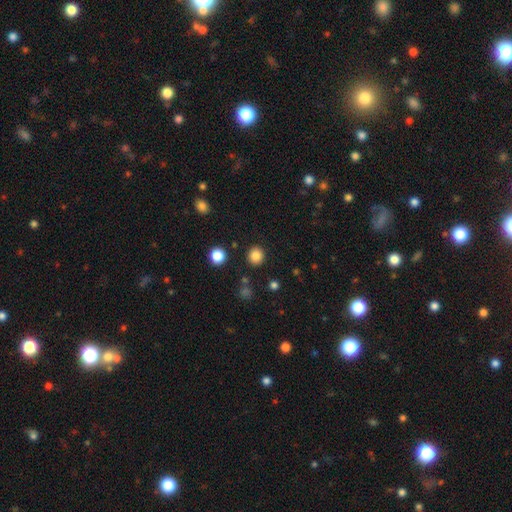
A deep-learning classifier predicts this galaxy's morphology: Smooth or featured? smooth (84%)
How rounded? round (89%)
Merging? none (90%)